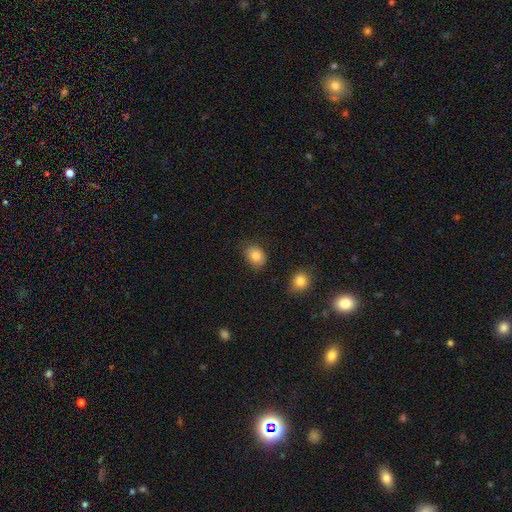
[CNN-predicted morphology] This is clearly a smooth galaxy (83%). How rounded: possibly in between (60%). Merging: likely none (76%).